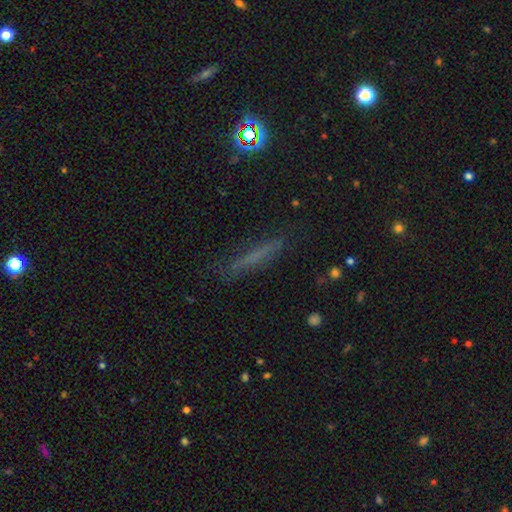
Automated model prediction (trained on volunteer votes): Q: Smooth or featured?
A: smooth (51%); runner-up: featured or disk (32%)
Q: How rounded?
A: cigar-shaped (90%); runner-up: in between (7%)
Q: Merging?
A: none (79%); runner-up: minor disturbance (14%)